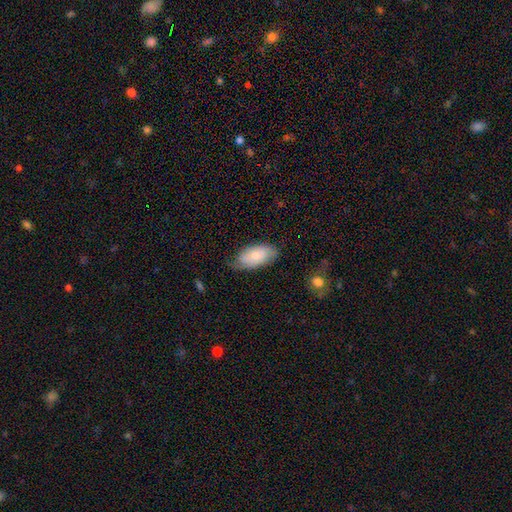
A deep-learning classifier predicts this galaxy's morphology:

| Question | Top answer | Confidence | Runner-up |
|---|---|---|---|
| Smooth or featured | smooth | 64% | featured or disk (29%) |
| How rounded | in between | 93% | cigar-shaped (4%) |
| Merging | none | 62% | minor disturbance (29%) |